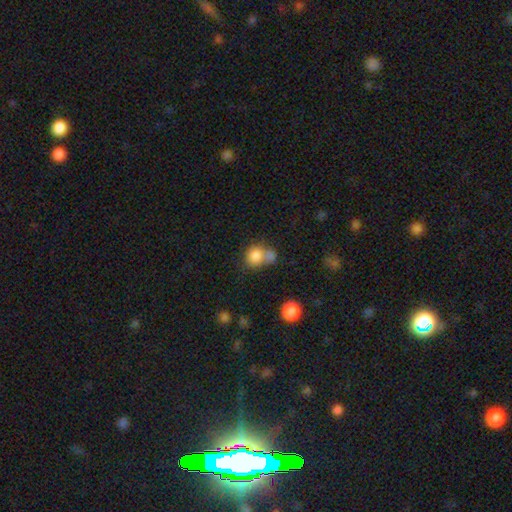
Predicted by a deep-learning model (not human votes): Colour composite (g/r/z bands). It shows a smooth galaxy with no disk features (81%) that is round (66%). Merging: merger (46%).